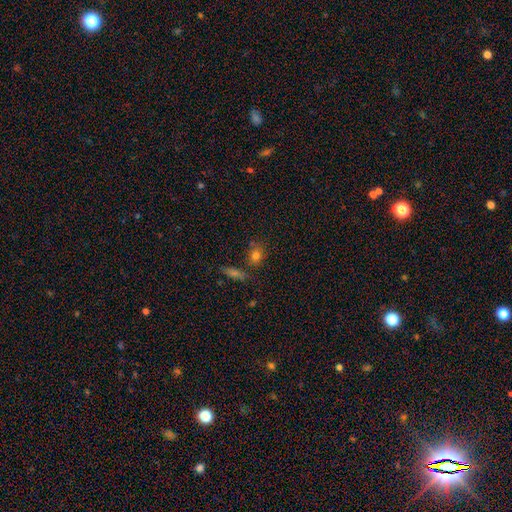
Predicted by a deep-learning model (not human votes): This appears to be a smooth galaxy with no disk features (77%) that is round (61%). Merging: none (69%).